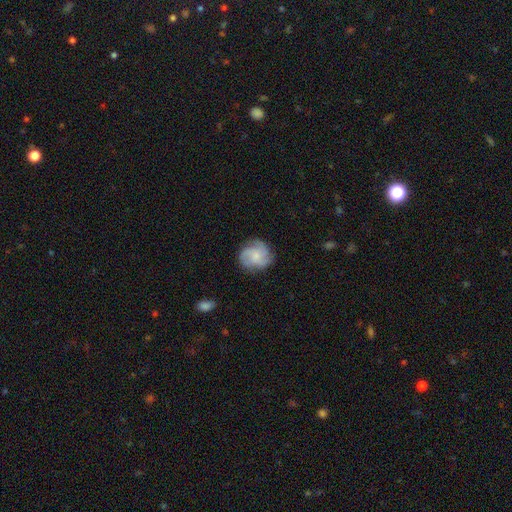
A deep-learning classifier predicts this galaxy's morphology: The model was most divided on "bulge size": small: 41%, moderate: 32%, none: 20%, large: 5%, dominant: 2%. Remaining: edge-on disk — no (98%); spiral arms — yes (95%); merging — none (78%); bar — no (71%); smooth or featured — featured or disk (68%); spiral arm count — 3 (55%); spiral winding — medium (47%).